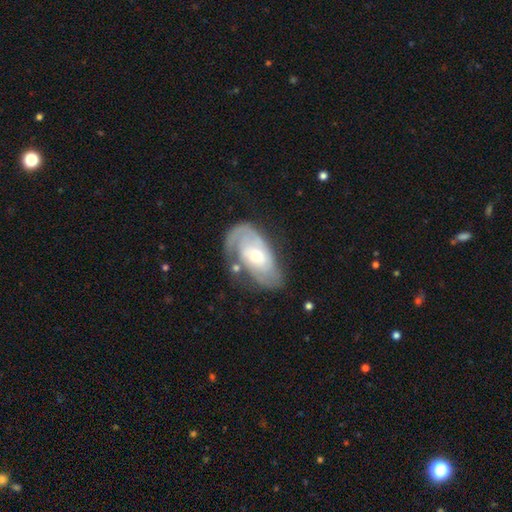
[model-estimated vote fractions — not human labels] smooth-or-featured: featured or disk: 80% | smooth: 15% | star or artifact: 5%
  disk-edge-on: no: 95% | yes: 5%
    bar: no: 63% | weak: 30% | strong: 7%
    has-spiral-arms: yes: 92% | no: 8%
      spiral-winding: tight: 57% | medium: 32% | loose: 12%
      spiral-arm-count: 2: 51% | can't tell: 22% | 1: 16% | 3: 7% | 4: 2% | more than 4: 2%
    bulge-size: moderate: 56% | small: 38% | large: 4% | none: 1% | dominant: 1%
  merging: none: 58% | minor disturbance: 22% | major disturbance: 13% | merger: 7%